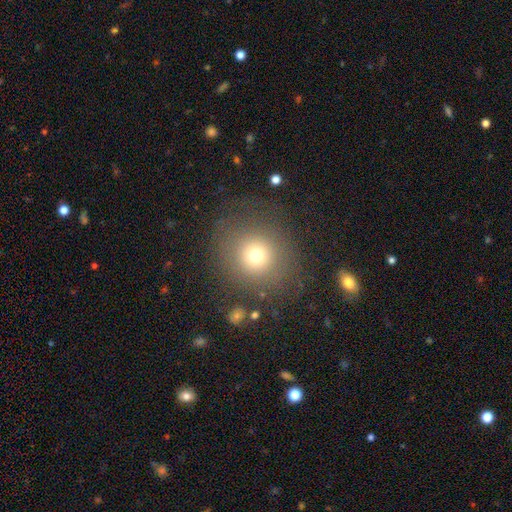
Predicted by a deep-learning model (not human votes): Overall: smooth (70%). How rounded: round (87%). Merging: none (75%).